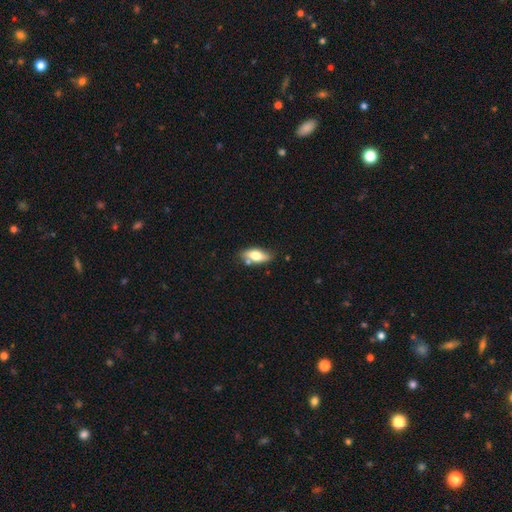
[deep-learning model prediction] This is likely a smooth galaxy (66%). How rounded: clearly in between (82%). Merging: likely none (70%).